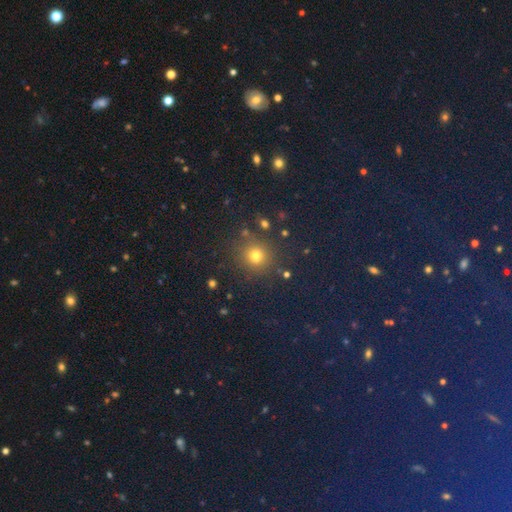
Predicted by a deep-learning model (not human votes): Smooth or featured? smooth (69%)
How rounded? round (91%)
Merging? none (84%)